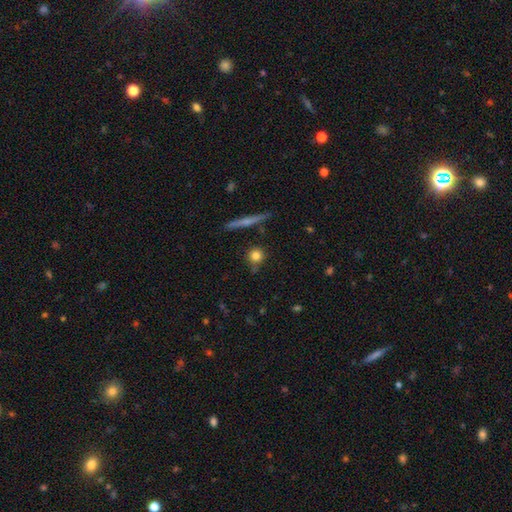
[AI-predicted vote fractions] This is likely a smooth galaxy (77%). How rounded: clearly round (86%). Merging: likely none (76%).